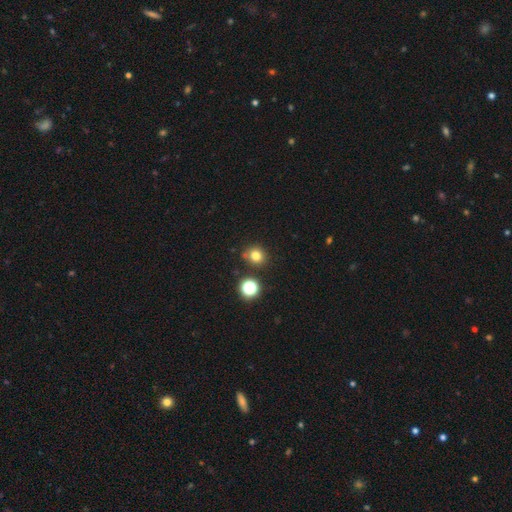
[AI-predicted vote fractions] A smooth galaxy with no disk features (78%) that is round (81%). Merging: none (78%).